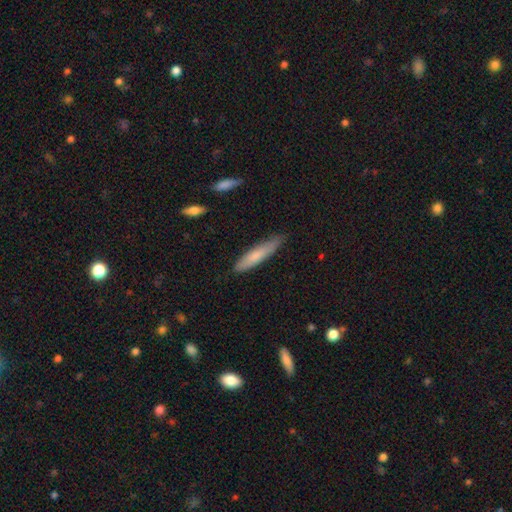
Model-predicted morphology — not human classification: Smooth or featured? Predicted: smooth (p=0.75). How rounded? Predicted: cigar-shaped (p=0.85). Merging? Predicted: none (p=0.78).